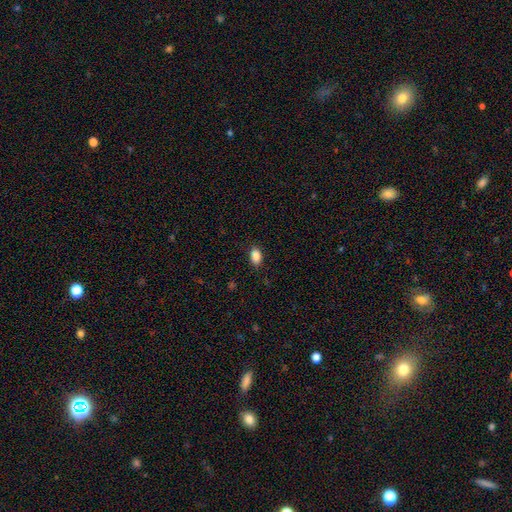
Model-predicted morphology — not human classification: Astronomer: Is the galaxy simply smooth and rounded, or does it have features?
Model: smooth — 88%.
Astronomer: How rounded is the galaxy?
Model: in between — 87%.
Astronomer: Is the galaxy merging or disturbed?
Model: none — 86%.